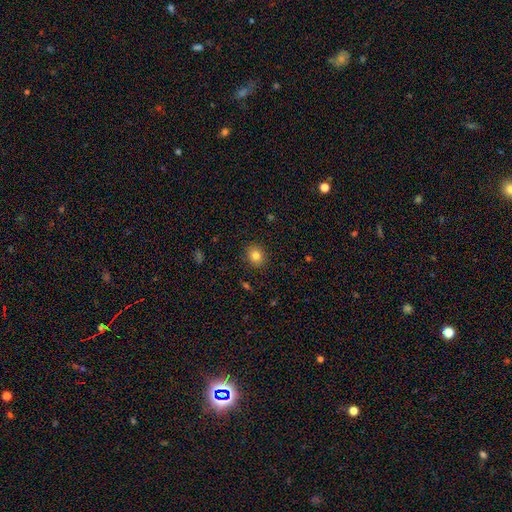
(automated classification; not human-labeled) Smooth or featured: smooth — 82% (star or artifact — 11%)
How rounded: round — 75% (in between — 25%)
Merging: none — 90% (minor disturbance — 7%)